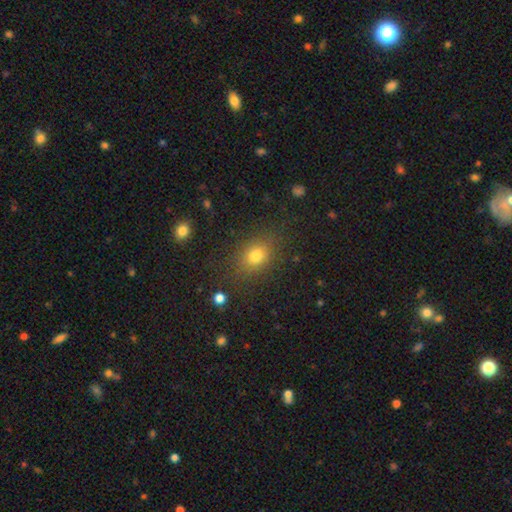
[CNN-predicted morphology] This appears to be a smooth galaxy with no disk features (76%) that is in between round and cigar-shaped (61%). Merging: none (81%).